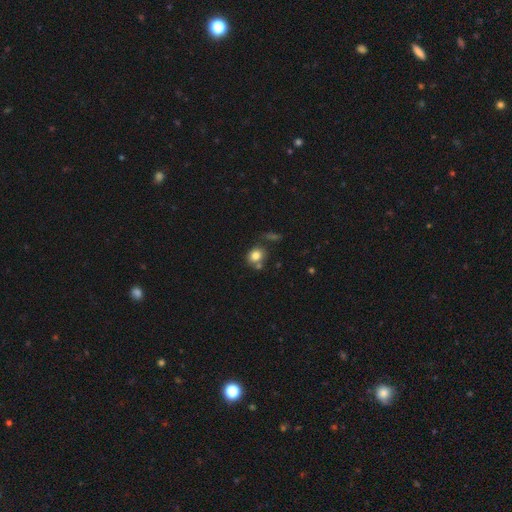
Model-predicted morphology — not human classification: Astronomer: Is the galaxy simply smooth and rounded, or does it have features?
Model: smooth — 80%.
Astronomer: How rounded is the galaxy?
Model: round — 63%.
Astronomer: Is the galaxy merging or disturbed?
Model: none — 60%.